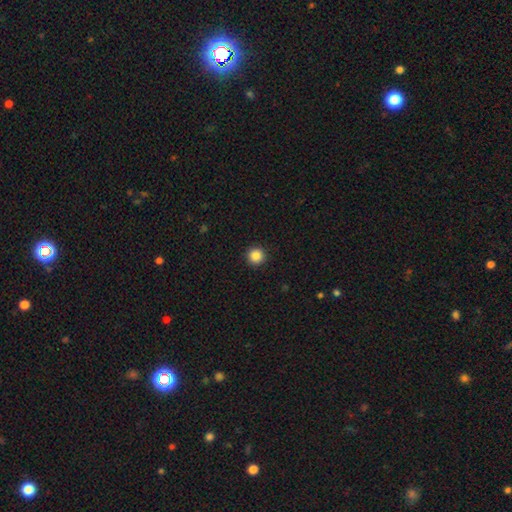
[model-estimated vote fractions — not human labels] Overall: smooth (87%). How rounded: round (96%). Merging: none (93%).